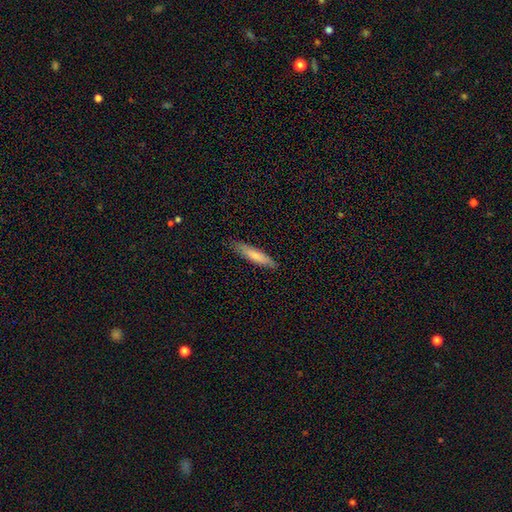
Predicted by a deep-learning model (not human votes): smooth_or_featured: smooth (p=0.74) [alt: featured or disk p=0.20]
how_rounded: cigar-shaped (p=0.84) [alt: in between p=0.15]
merging: none (p=0.85) [alt: minor disturbance p=0.12]